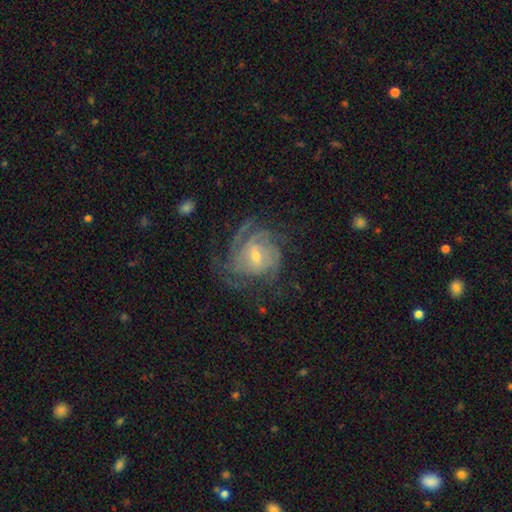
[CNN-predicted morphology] Smooth or featured? Predicted: featured or disk (p=0.85). Edge-on disk? Predicted: no (p=0.97). Bar? Predicted: weak (p=0.49). Spiral arms? Predicted: yes (p=0.96). Spiral winding? Predicted: tight (p=0.58). Spiral arm count? Predicted: can't tell (p=0.27). Bulge size? Predicted: small (p=0.57). Merging? Predicted: none (p=0.64).